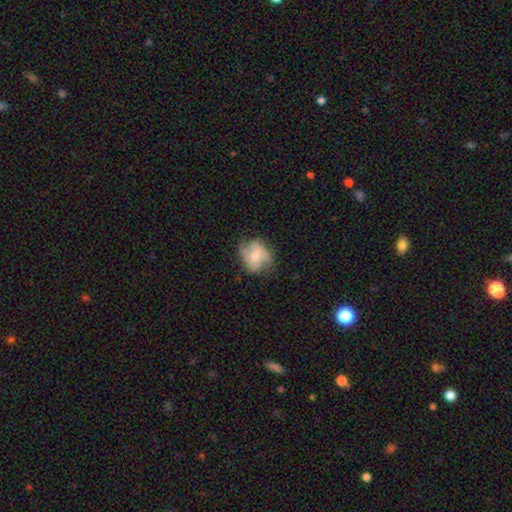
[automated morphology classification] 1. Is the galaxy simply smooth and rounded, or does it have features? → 52% featured or disk, 40% smooth, 8% star or artifact.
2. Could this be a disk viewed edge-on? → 96% no, 4% yes.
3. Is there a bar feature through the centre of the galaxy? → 72% no, 22% weak, 6% strong.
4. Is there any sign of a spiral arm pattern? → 64% yes, 36% no.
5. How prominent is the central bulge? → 60% moderate, 31% small, 6% large, 3% none, 1% dominant.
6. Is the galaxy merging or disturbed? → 57% none, 27% minor disturbance, 14% major disturbance, 2% merger.